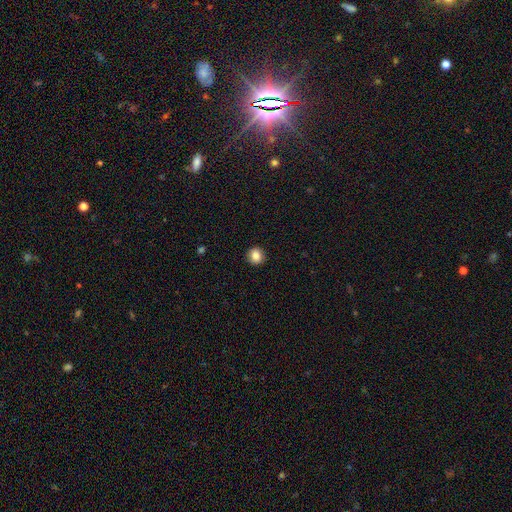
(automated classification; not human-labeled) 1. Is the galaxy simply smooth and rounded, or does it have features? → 85% smooth, 9% star or artifact, 6% featured or disk.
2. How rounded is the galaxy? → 90% round, 9% in between, 1% cigar-shaped.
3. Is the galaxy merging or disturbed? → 92% none, 5% minor disturbance, 2% major disturbance, 1% merger.